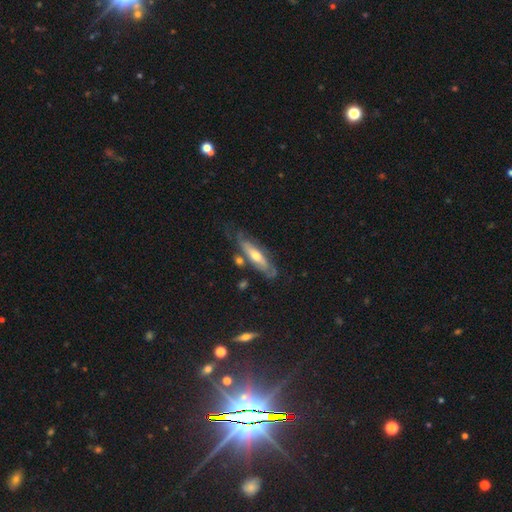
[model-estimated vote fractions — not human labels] This appears to be a featured or disk galaxy (62%). Merging: none (58%).